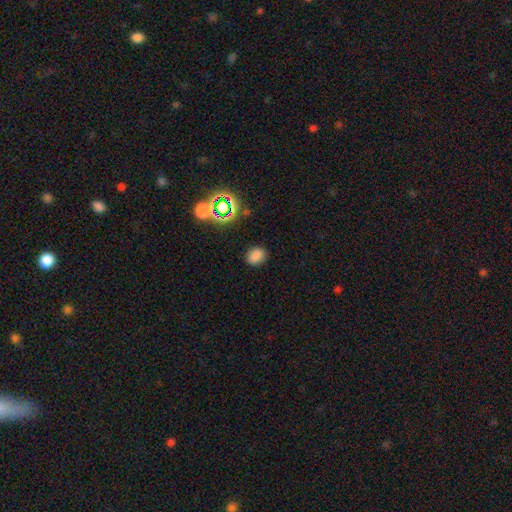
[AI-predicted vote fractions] Smooth or featured?
  - smooth: 78% *
  - star or artifact: 16%
  - featured or disk: 6%
How rounded?
  - in between: 58% *
  - round: 41%
  - cigar-shaped: 1%
Merging?
  - none: 84% *
  - minor disturbance: 10%
  - major disturbance: 3%
  - merger: 2%